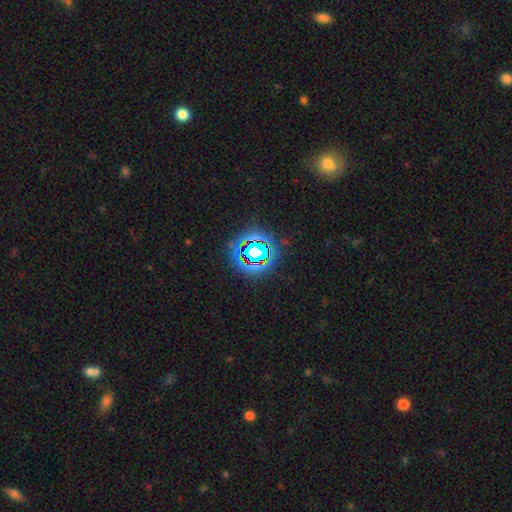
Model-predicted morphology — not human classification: smooth-or-featured: star or artifact: 75% | smooth: 15% | featured or disk: 11%